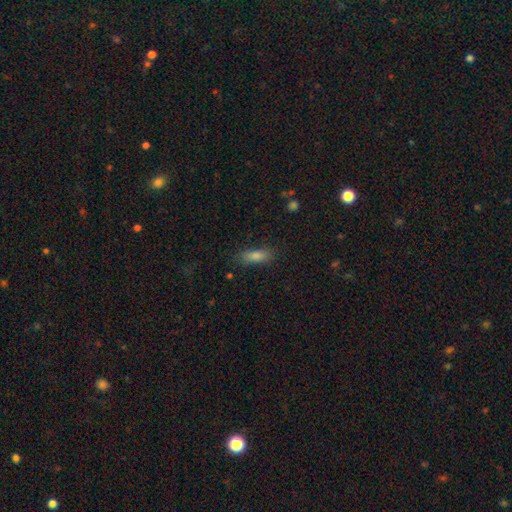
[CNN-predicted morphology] Smooth or featured? Predicted: smooth (p=0.76). How rounded? Predicted: in between (p=0.55). Merging? Predicted: none (p=0.82).